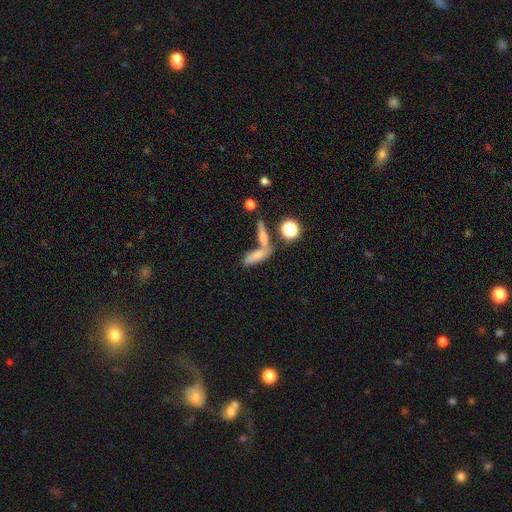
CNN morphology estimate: type=smooth (69%); roundness=in between (47%, tied with cigar-shaped); merging=merger (47%).